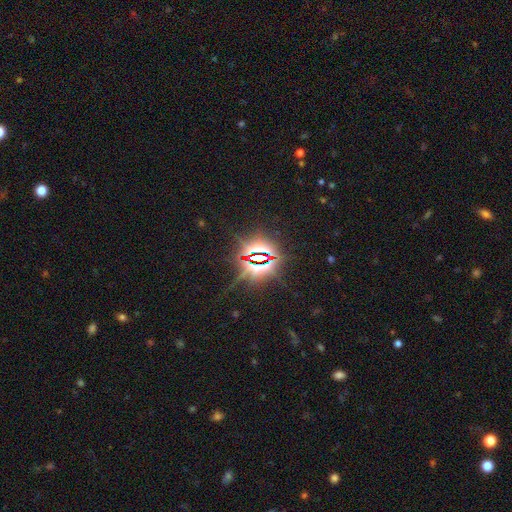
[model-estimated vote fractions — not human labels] Morphology: type=star or artifact (85%).